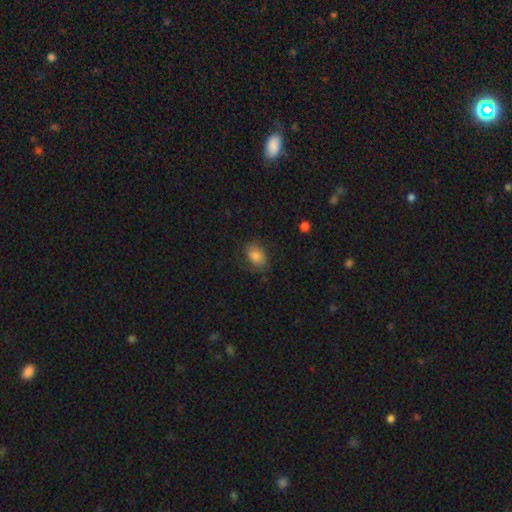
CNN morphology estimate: type=smooth (78%); roundness=in between (73%); merging=none (69%).